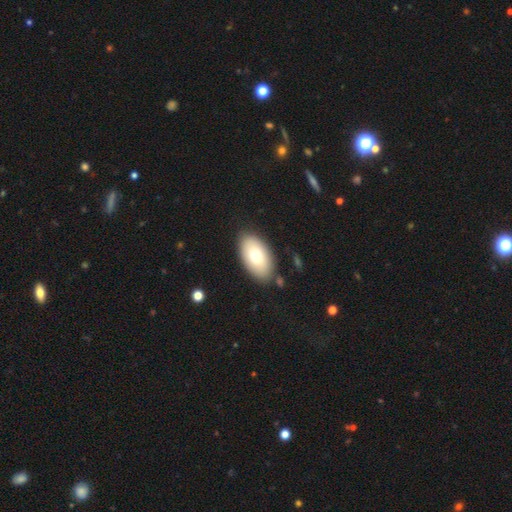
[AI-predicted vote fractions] This appears to be a smooth galaxy with no disk features (74%) that is in between round and cigar-shaped (94%). Merging: none (83%).